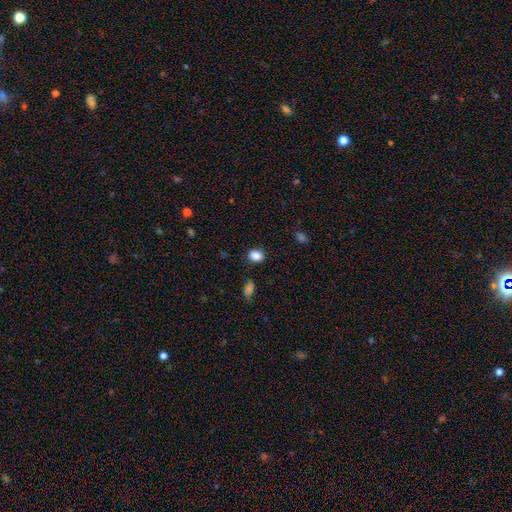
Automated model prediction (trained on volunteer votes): Smooth or featured? smooth (86%)
How rounded? in between (58%)
Merging? none (85%)